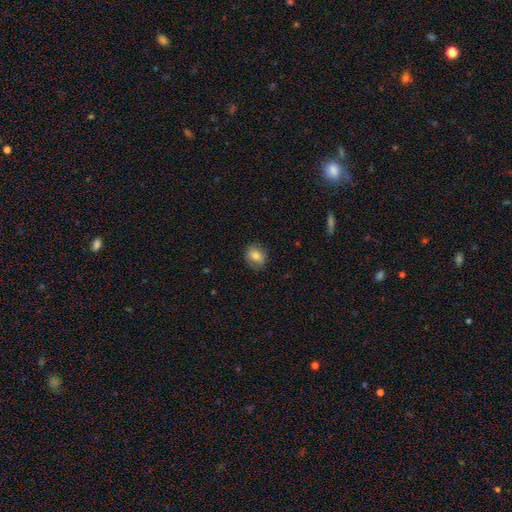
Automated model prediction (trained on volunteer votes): A smooth galaxy with no disk features (76%) that is round (51%).

Vote fractions:
- Smooth or featured? smooth: 76% / featured or disk: 15% / star or artifact: 9%
- How rounded? round: 51% / in between: 48% / cigar-shaped: 1%
- Merging? none: 81% / minor disturbance: 14% / major disturbance: 4% / merger: 1%